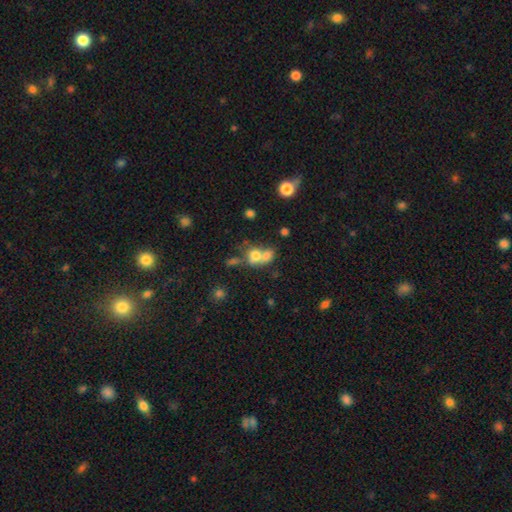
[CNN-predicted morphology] This is likely a smooth galaxy (69%). How rounded: likely round (60%). Merging: likely merger (66%).